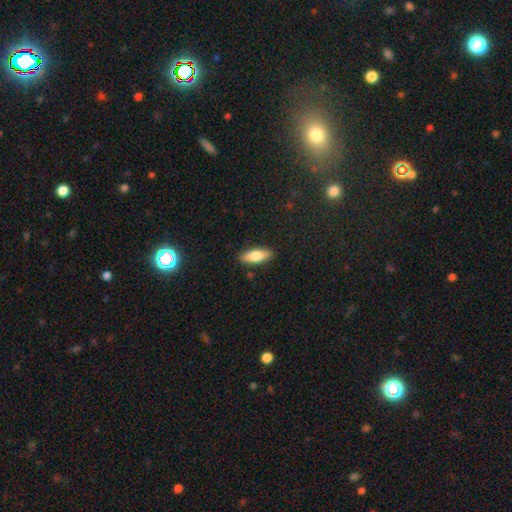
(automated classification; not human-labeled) Smooth or featured: smooth — 72% (featured or disk — 22%)
How rounded: in between — 66% (cigar-shaped — 31%)
Merging: none — 87% (minor disturbance — 9%)